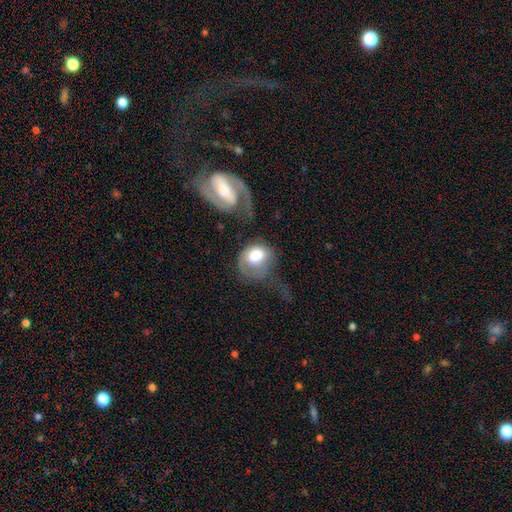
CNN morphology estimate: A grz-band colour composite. It shows a smooth galaxy with no disk features (56%) that is round (56%). Merging: major disturbance (44%).